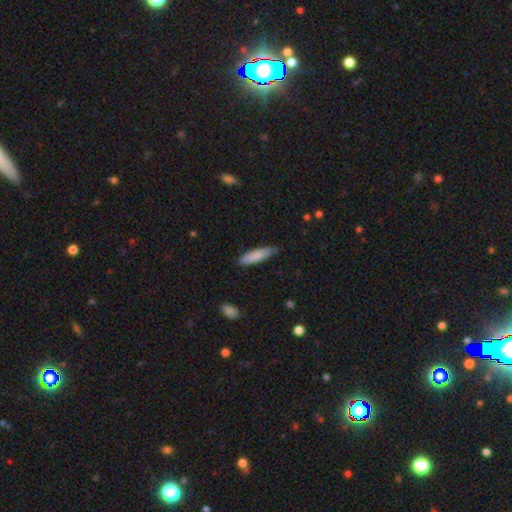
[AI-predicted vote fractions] The model was most divided on "how rounded": cigar-shaped: 72%, in between: 27%, round: 1%. More confident: smooth or featured — smooth (83%); merging — none (78%).